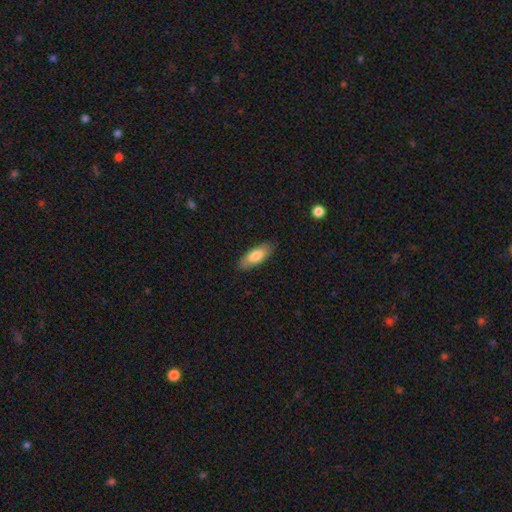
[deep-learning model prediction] Smooth or featured? Predicted: smooth (p=0.78). How rounded? Predicted: in between (p=0.72). Merging? Predicted: none (p=0.86).